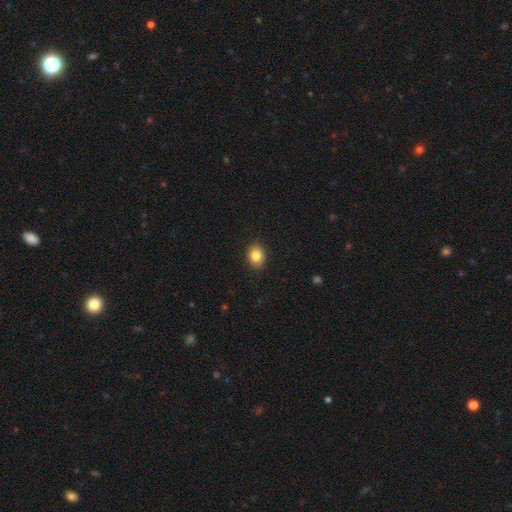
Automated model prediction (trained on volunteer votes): Q: Smooth or featured?
A: smooth (85%); runner-up: star or artifact (9%)
Q: How rounded?
A: in between (57%); runner-up: round (42%)
Q: Merging?
A: none (90%); runner-up: minor disturbance (7%)